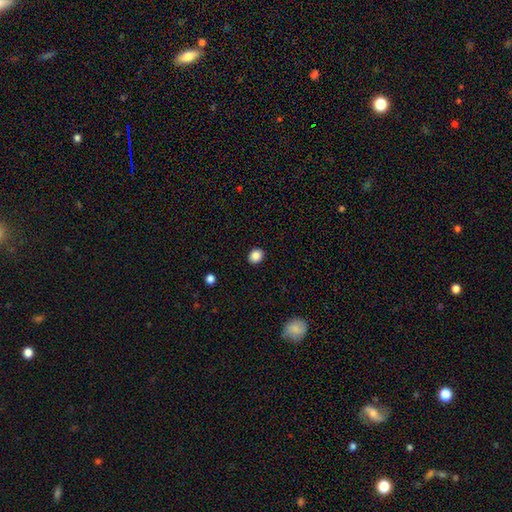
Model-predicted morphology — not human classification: smooth-or-featured: smooth: 87% | star or artifact: 9% | featured or disk: 3%
  how-rounded: round: 59% | in between: 40% | cigar-shaped: 1%
  merging: none: 91% | minor disturbance: 7% | major disturbance: 2% | merger: 1%